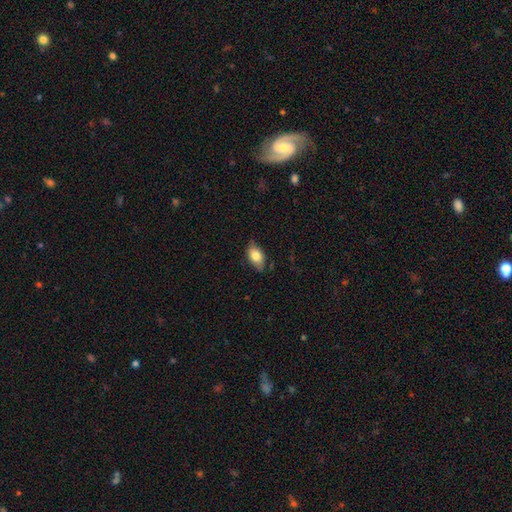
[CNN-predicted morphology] Smooth or featured: smooth — 77% (featured or disk — 16%)
How rounded: in between — 89% (round — 8%)
Merging: none — 74% (minor disturbance — 21%)